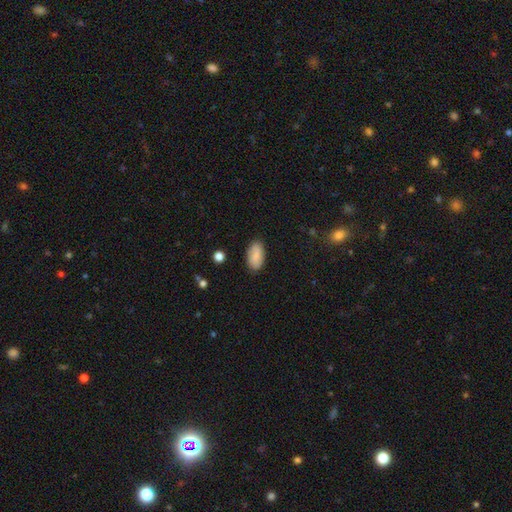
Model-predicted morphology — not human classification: Overall: smooth (85%). How rounded: in between (94%). Merging: none (86%).